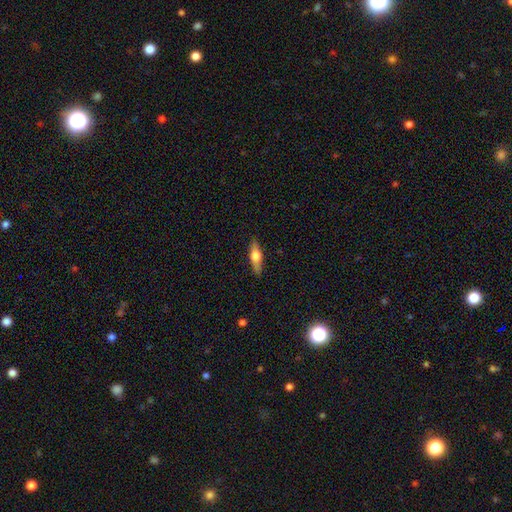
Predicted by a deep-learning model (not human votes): smooth-or-featured: smooth: 52% | featured or disk: 42% | star or artifact: 6%
  how-rounded: cigar-shaped: 58% | in between: 39% | round: 3%
  merging: none: 86% | minor disturbance: 11% | major disturbance: 2% | merger: 1%